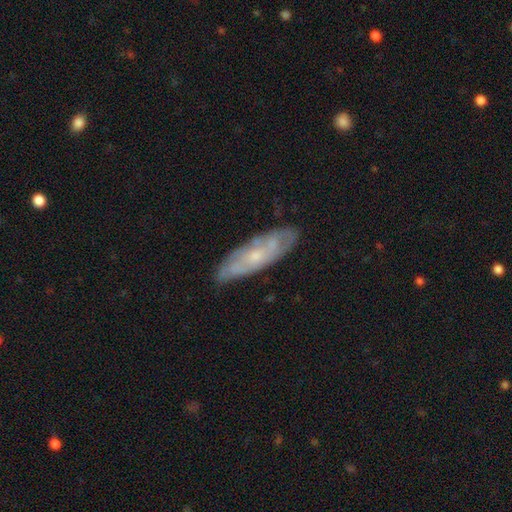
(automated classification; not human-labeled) Smooth or featured? featured or disk (63%)
Edge-on disk? no (73%)
Merging? none (79%)